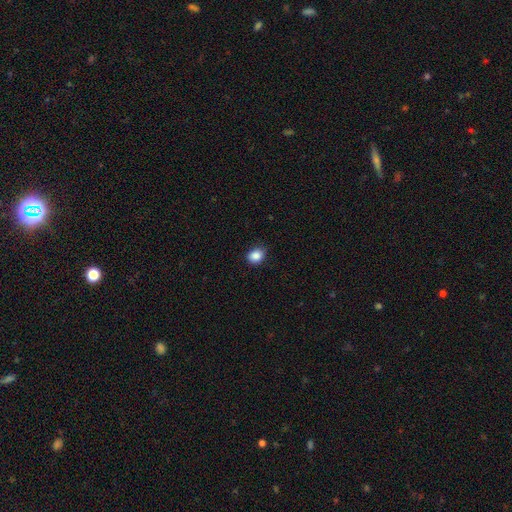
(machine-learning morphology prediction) The model was most divided on "how rounded": round: 52%, in between: 47%, cigar-shaped: 1%. More confident: smooth or featured — smooth (87%); merging — none (81%).